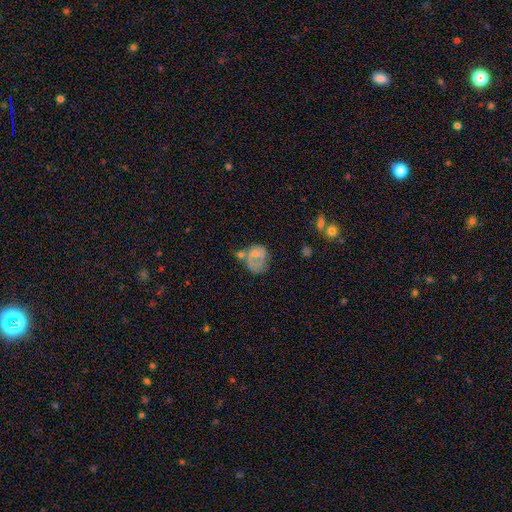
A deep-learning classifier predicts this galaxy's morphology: Smooth or featured? Predicted: smooth (p=0.54). How rounded? Predicted: round (p=0.55). Merging? Predicted: major disturbance (p=0.29).